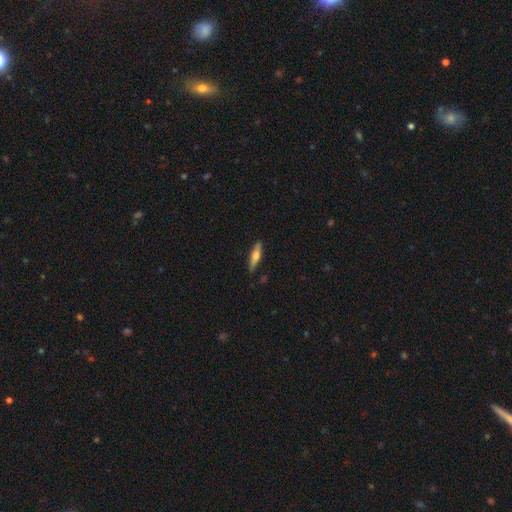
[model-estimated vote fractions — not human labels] Morphology: type=smooth (47%, tied with featured or disk); merging=none (86%).